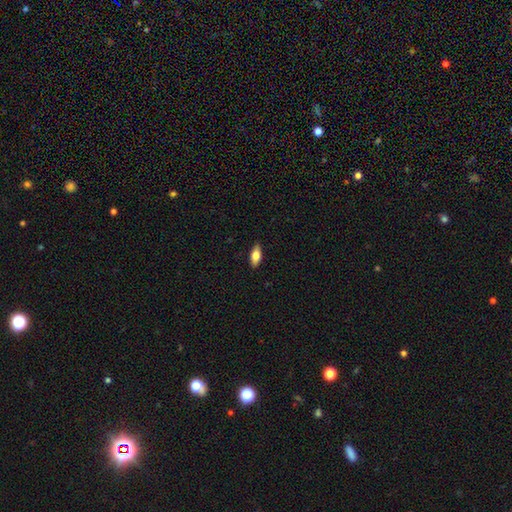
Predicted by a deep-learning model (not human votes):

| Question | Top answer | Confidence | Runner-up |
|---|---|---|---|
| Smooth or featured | smooth | 71% | featured or disk (23%) |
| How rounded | in between | 82% | cigar-shaped (15%) |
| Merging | none | 88% | minor disturbance (9%) |